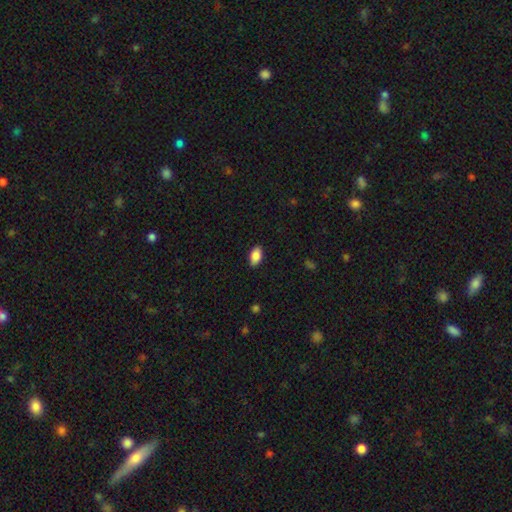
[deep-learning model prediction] Smooth or featured: smooth — 87% (star or artifact — 7%)
How rounded: in between — 93% (round — 4%)
Merging: none — 88% (minor disturbance — 9%)